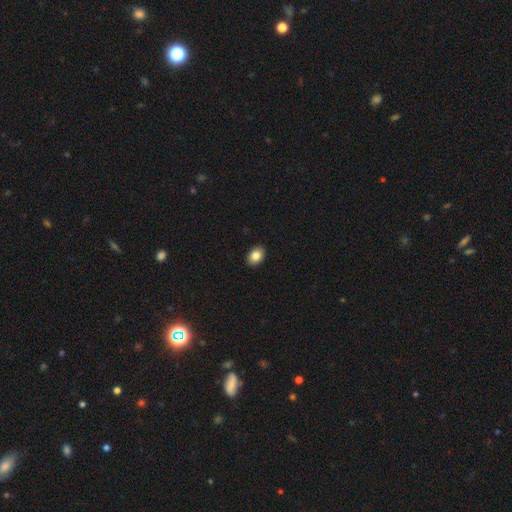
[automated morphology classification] type=smooth (85%); roundness=in between (77%); merging=none (91%).